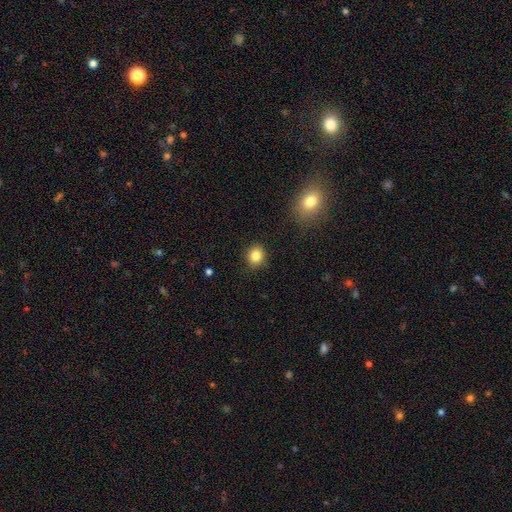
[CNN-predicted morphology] type=smooth (84%); roundness=round (81%); merging=none (89%).